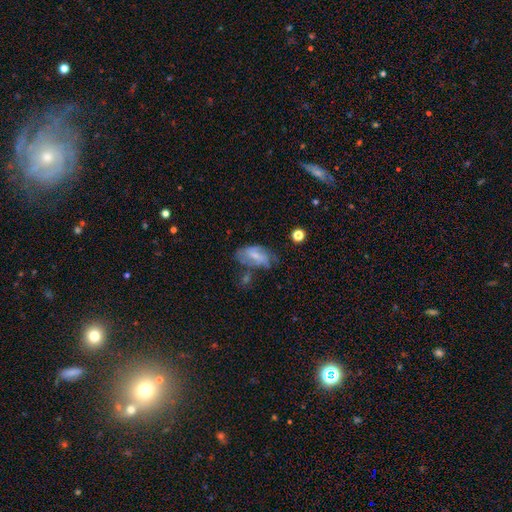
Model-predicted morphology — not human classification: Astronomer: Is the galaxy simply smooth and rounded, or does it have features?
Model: featured or disk — 47% (runner-up: smooth, 44%).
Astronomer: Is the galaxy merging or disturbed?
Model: none — 40% (runner-up: minor disturbance, 29%).